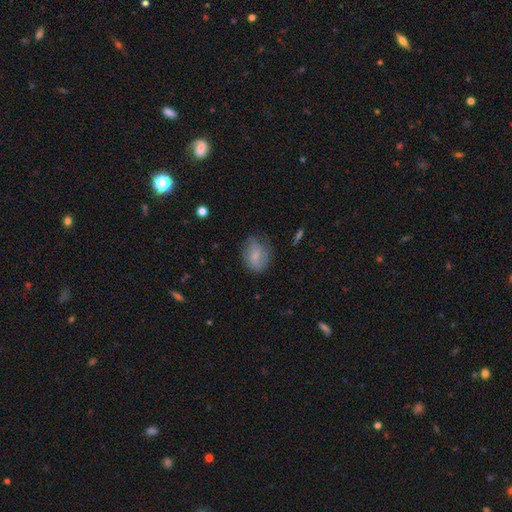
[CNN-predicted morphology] The model was most divided on "how rounded": in between: 55%, round: 44%, cigar-shaped: 1%. More confident: smooth or featured — smooth (69%); merging — none (59%).